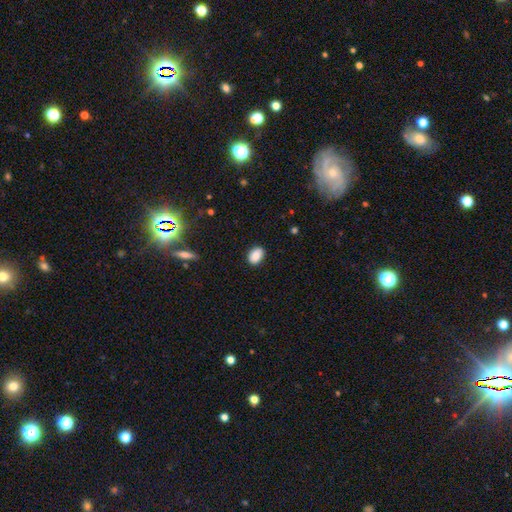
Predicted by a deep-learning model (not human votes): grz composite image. It shows a smooth galaxy with no disk features (87%) that is in between round and cigar-shaped (78%). Merging: none (85%).